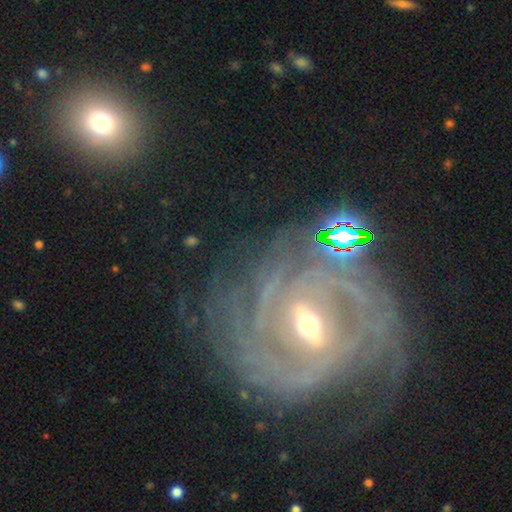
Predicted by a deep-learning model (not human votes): smooth-or-featured: featured or disk: 87% | star or artifact: 8% | smooth: 5%
  disk-edge-on: no: 96% | yes: 4%
    bar: strong: 45% | weak: 40% | no: 15%
    has-spiral-arms: yes: 97% | no: 3%
      spiral-winding: tight: 70% | medium: 24% | loose: 5%
      spiral-arm-count: can't tell: 24% | 4: 21% | 3: 19% | 2: 15% | more than 4: 13% | 1: 7%
    bulge-size: moderate: 51% | small: 44% | large: 3% | none: 1% | dominant: 1%
  merging: none: 66% | minor disturbance: 17% | major disturbance: 12% | merger: 5%